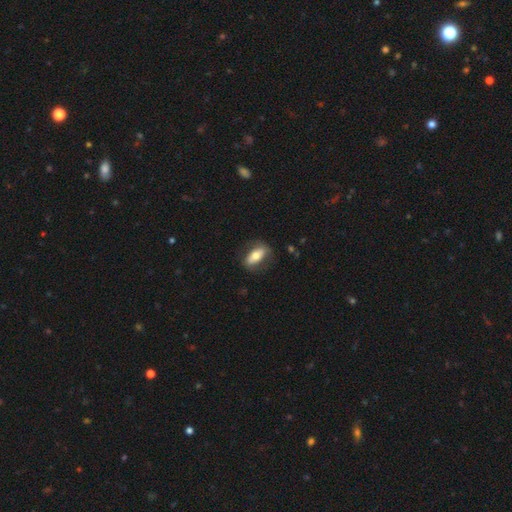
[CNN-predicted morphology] This appears to be a smooth galaxy with no disk features (64%) that is in between round and cigar-shaped (79%). Merging: none (75%).